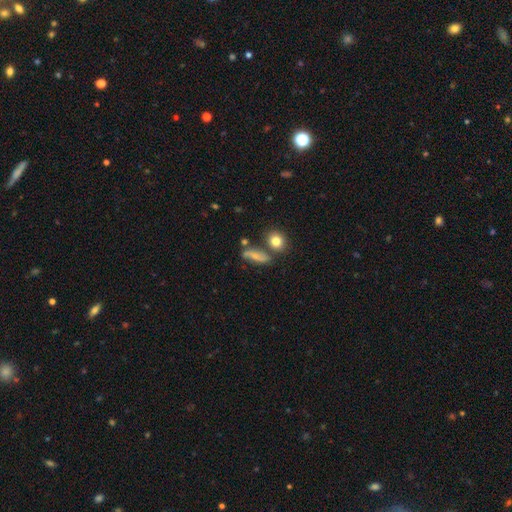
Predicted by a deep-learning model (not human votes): smooth_or_featured: smooth (p=0.54) [alt: featured or disk p=0.34]
how_rounded: in between (p=0.48) [alt: cigar-shaped p=0.36]
merging: none (p=0.58) [alt: minor disturbance p=0.21]